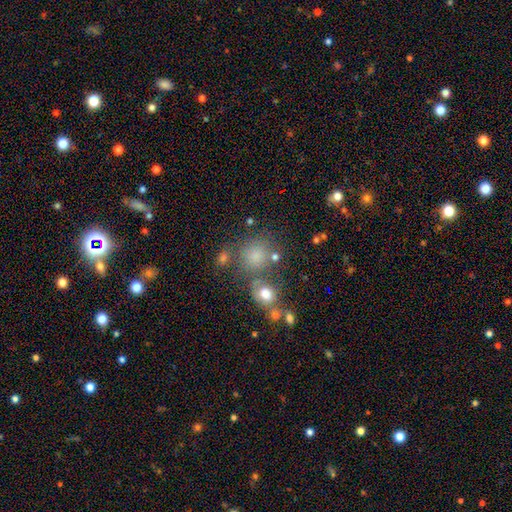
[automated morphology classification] Smooth or featured: smooth — 74% (star or artifact — 16%)
How rounded: round — 79% (in between — 20%)
Merging: none — 60% (merger — 18%)